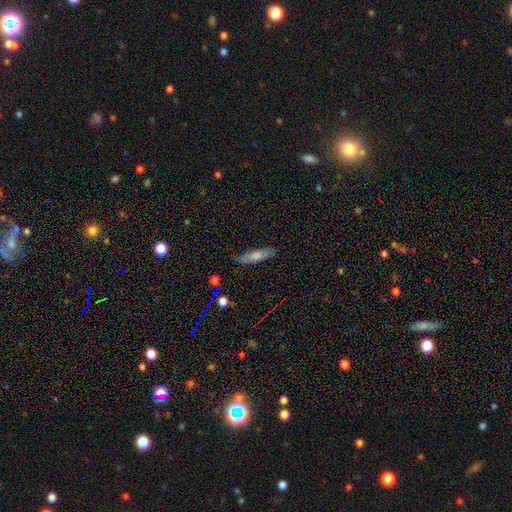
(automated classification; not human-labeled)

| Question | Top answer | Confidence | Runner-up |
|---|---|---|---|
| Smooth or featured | smooth | 71% | featured or disk (21%) |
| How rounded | cigar-shaped | 67% | in between (31%) |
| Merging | none | 83% | minor disturbance (13%) |